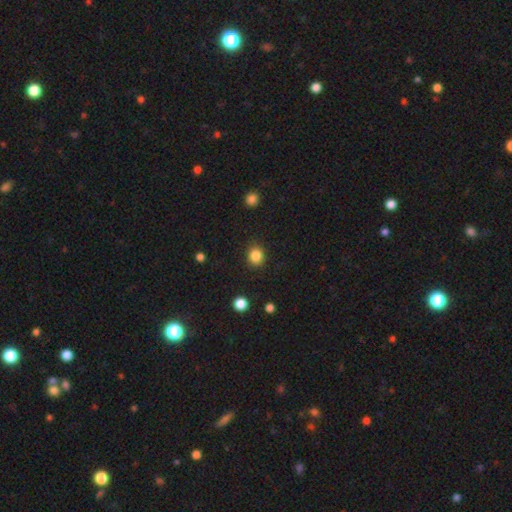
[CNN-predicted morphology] smooth-or-featured: smooth: 86% | star or artifact: 11% | featured or disk: 4%
  how-rounded: round: 81% | in between: 18% | cigar-shaped: 1%
  merging: none: 89% | minor disturbance: 7% | major disturbance: 3% | merger: 1%